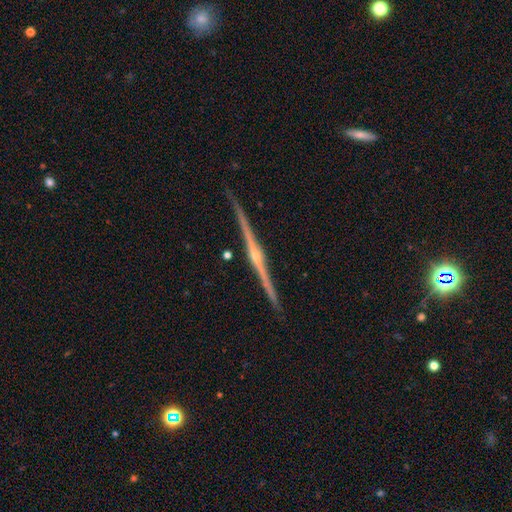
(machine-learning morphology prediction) Smooth or featured? featured or disk (89%)
Edge-on disk? yes (99%)
Edge-on bulge? rounded (85%)
Merging? none (91%)